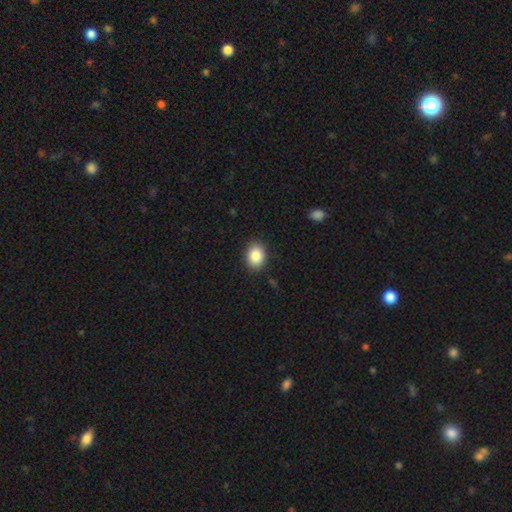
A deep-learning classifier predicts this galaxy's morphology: smooth-or-featured: smooth: 87% | star or artifact: 8% | featured or disk: 4%
  how-rounded: in between: 59% | round: 40% | cigar-shaped: 1%
  merging: none: 88% | minor disturbance: 9% | major disturbance: 2% | merger: 1%